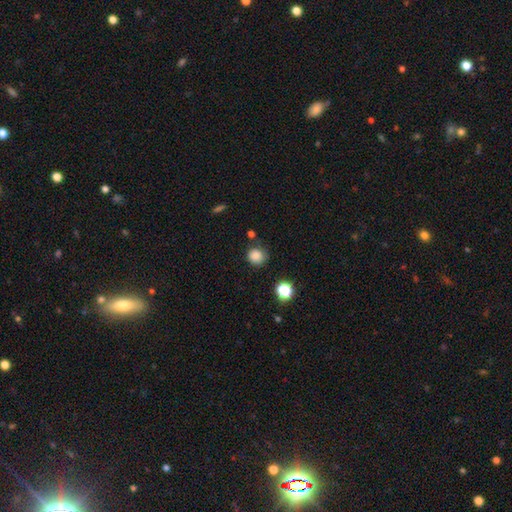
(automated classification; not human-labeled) Smooth or featured? Predicted: smooth (p=0.84). How rounded? Predicted: round (p=0.88). Merging? Predicted: none (p=0.76).